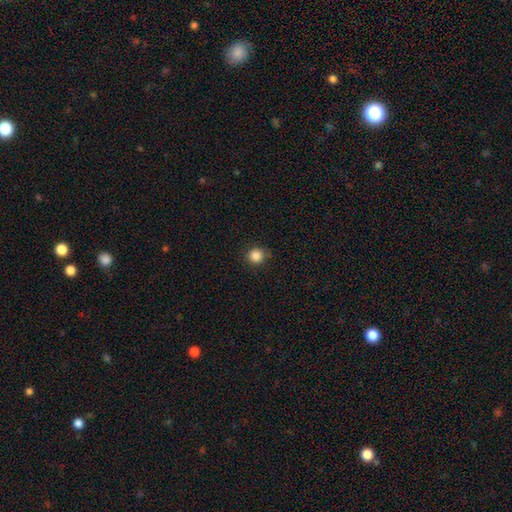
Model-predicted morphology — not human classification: Smooth or featured? smooth (85%)
How rounded? round (89%)
Merging? none (87%)